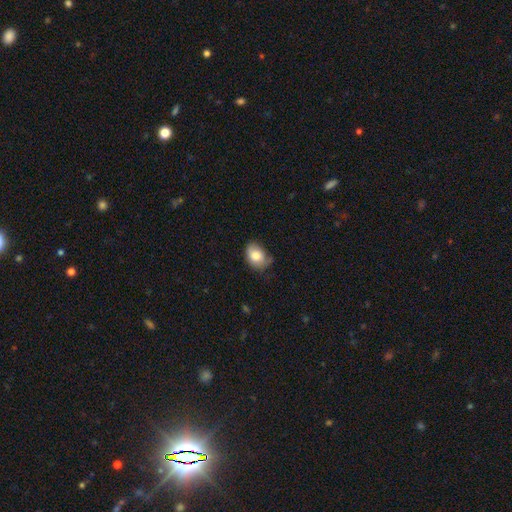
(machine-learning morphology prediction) Q: Smooth or featured?
A: smooth (81%); runner-up: featured or disk (12%)
Q: How rounded?
A: in between (70%); runner-up: round (29%)
Q: Merging?
A: none (50%); runner-up: minor disturbance (38%)